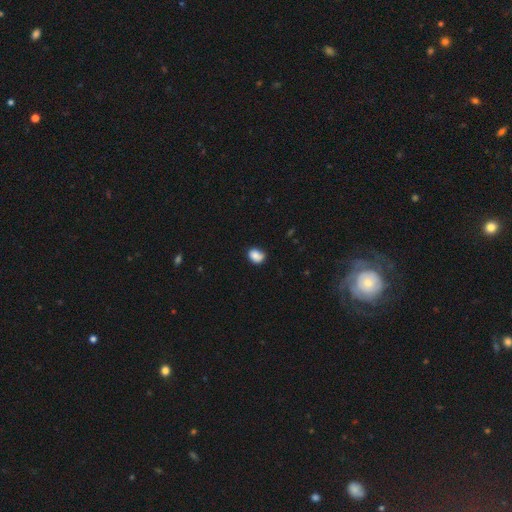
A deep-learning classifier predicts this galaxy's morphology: This is clearly a smooth galaxy (83%). How rounded: possibly in between (58%). Merging: likely none (66%).